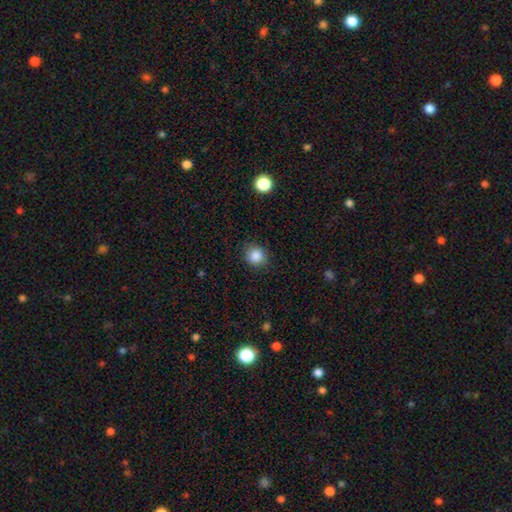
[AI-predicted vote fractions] Smooth or featured? smooth (86%)
How rounded? round (85%)
Merging? none (86%)